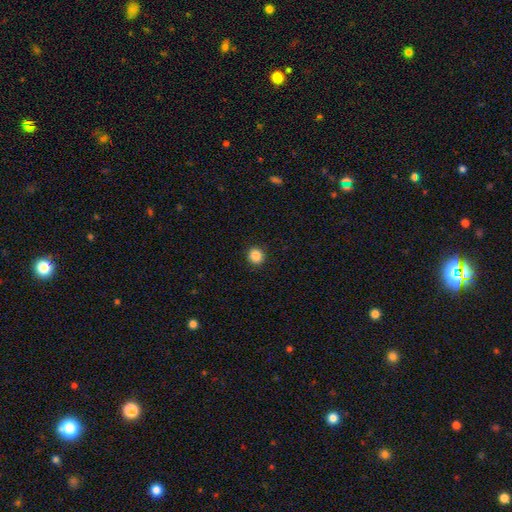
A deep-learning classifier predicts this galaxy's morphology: smooth 87%, star or artifact 10%, featured or disk 3%. Down the decision tree: how rounded — round (90%); merging — none (92%).